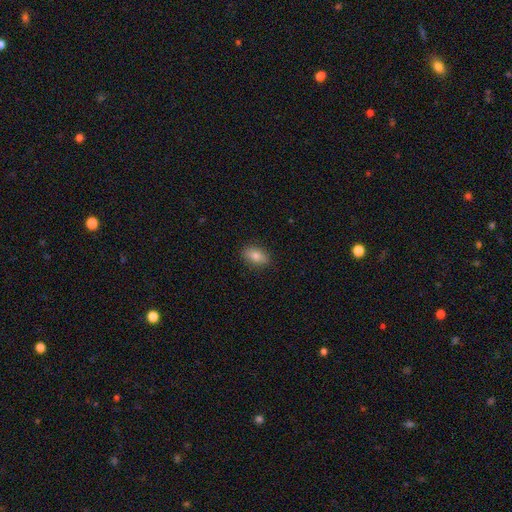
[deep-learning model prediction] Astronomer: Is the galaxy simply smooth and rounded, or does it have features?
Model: smooth — 79%.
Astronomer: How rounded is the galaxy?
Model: in between — 86%.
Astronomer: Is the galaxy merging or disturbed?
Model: none — 87%.